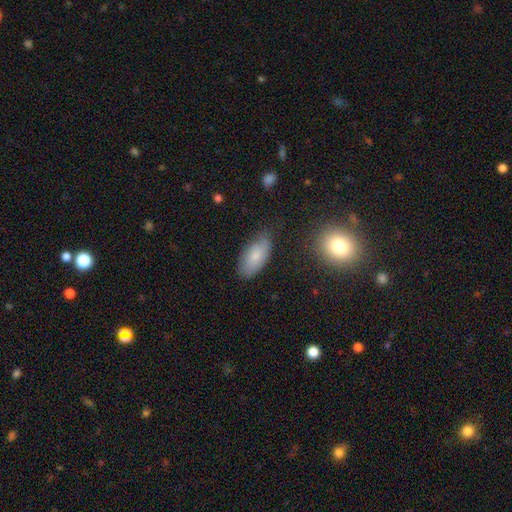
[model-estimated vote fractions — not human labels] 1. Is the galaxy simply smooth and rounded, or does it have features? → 80% smooth, 13% featured or disk, 7% star or artifact.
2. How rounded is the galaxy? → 91% in between, 6% cigar-shaped, 2% round.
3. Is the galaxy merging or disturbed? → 73% none, 21% minor disturbance, 4% major disturbance, 2% merger.